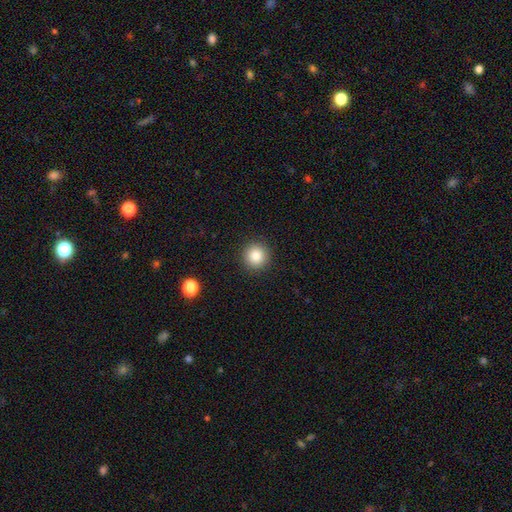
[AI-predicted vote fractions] smooth 84%, star or artifact 10%, featured or disk 6%. Down the decision tree: how rounded — round (94%); merging — none (92%).